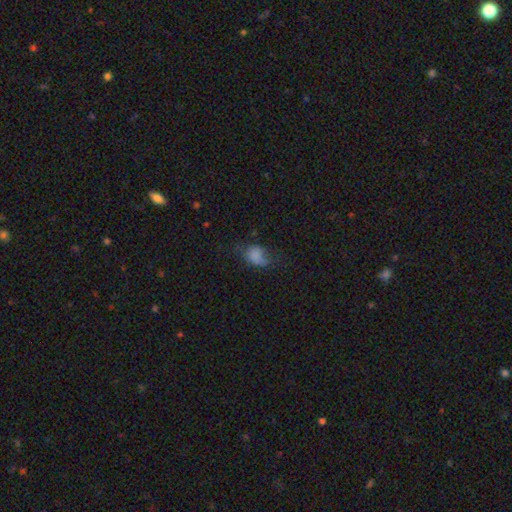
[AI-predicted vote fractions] Overall: smooth (75%). How rounded: in between (74%). Merging: none (37%; minor disturbance 33%).